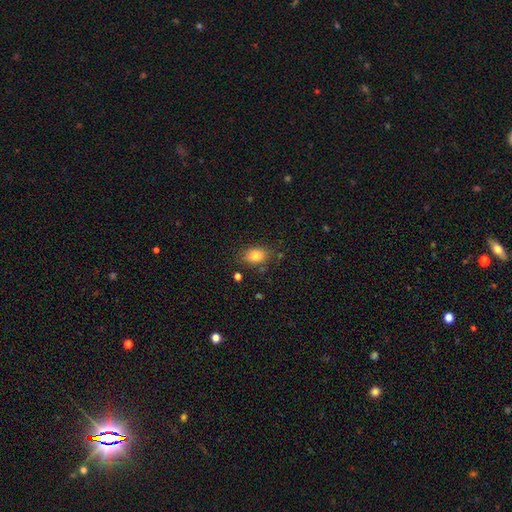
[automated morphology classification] A smooth galaxy with no disk features (82%) that is in between round and cigar-shaped (76%). Merging: none (78%).